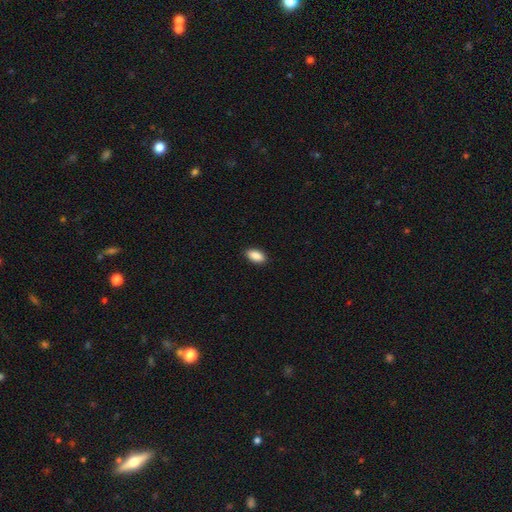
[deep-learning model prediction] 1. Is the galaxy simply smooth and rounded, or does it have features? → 90% smooth, 7% star or artifact, 3% featured or disk.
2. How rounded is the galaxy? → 93% in between, 4% cigar-shaped, 3% round.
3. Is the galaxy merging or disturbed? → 90% none, 7% minor disturbance, 2% major disturbance, 1% merger.